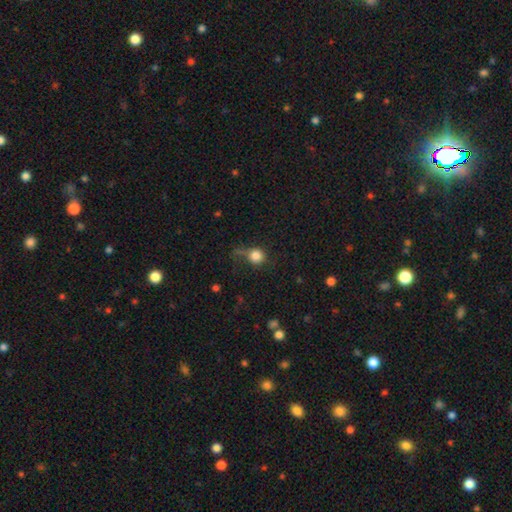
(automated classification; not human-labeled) smooth-or-featured: smooth: 79% | featured or disk: 11% | star or artifact: 10%
  how-rounded: round: 88% | in between: 11% | cigar-shaped: 1%
  merging: none: 44% | major disturbance: 27% | minor disturbance: 24% | merger: 5%